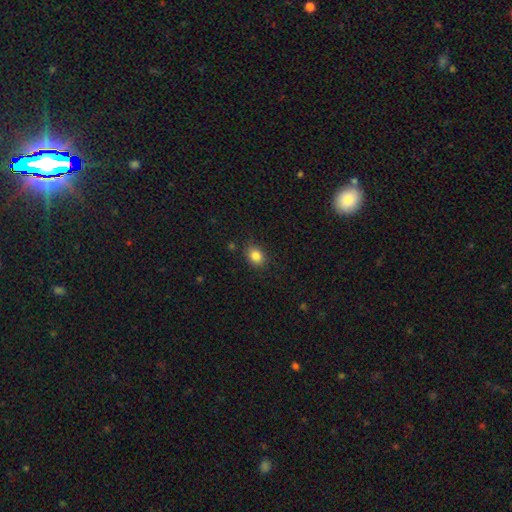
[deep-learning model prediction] This is clearly a smooth galaxy (85%). How rounded: possibly in between (56%). Merging: clearly none (80%).